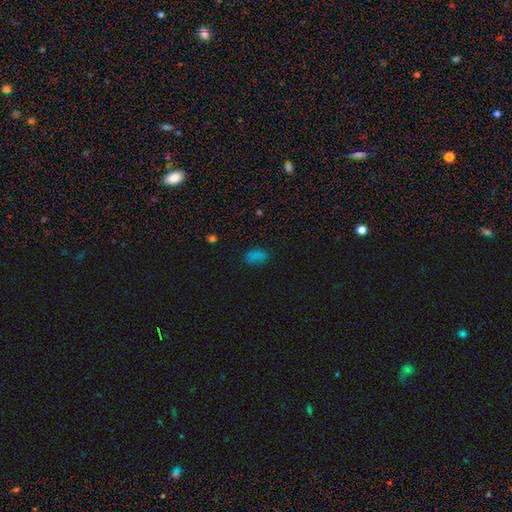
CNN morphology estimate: This appears to be a smooth galaxy with no disk features (71%) that is in between round and cigar-shaped (87%). Merging: none (78%).